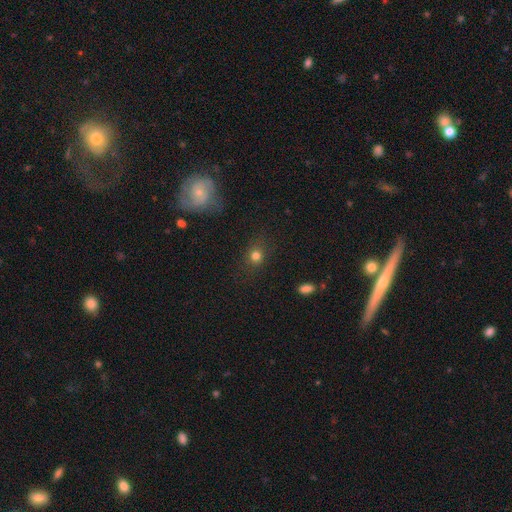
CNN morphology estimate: The model was most divided on "how rounded": round: 77%, in between: 21%, cigar-shaped: 2%. More confident: merging — none (81%); smooth or featured — smooth (76%).